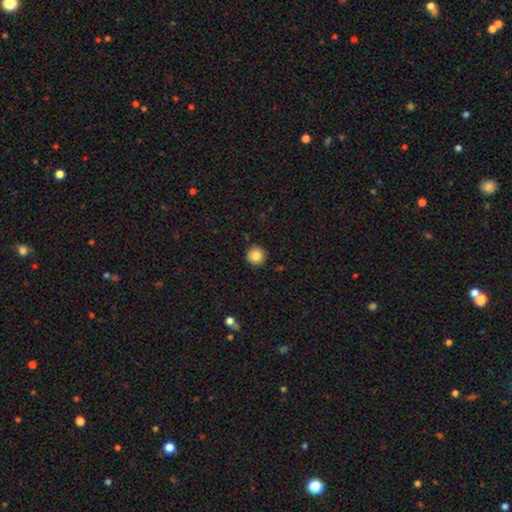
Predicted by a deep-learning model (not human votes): A smooth galaxy with no disk features (85%) that is round (96%).

Vote fractions:
- Smooth or featured? smooth: 85% / star or artifact: 9% / featured or disk: 6%
- How rounded? round: 96% / in between: 3% / cigar-shaped: 1%
- Merging? none: 92% / minor disturbance: 5% / major disturbance: 1% / merger: 1%